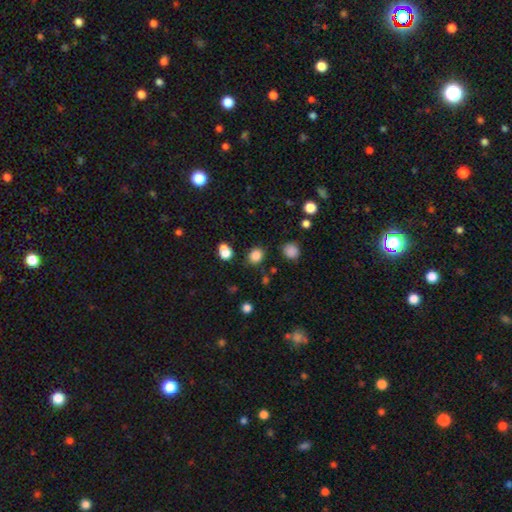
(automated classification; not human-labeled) Smooth or featured? Predicted: smooth (p=0.83). How rounded? Predicted: round (p=0.66). Merging? Predicted: none (p=0.79).